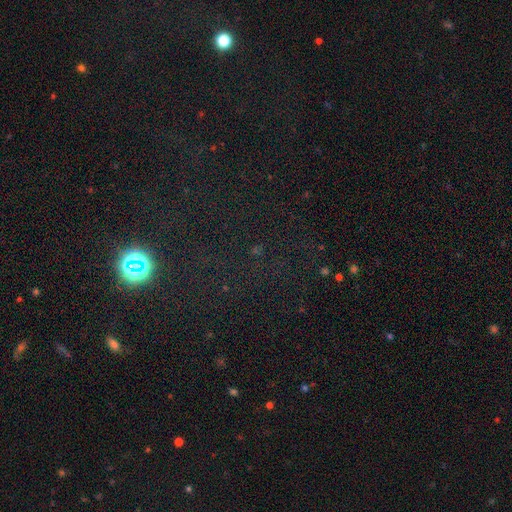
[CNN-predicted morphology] Smooth or featured? star or artifact (73%)